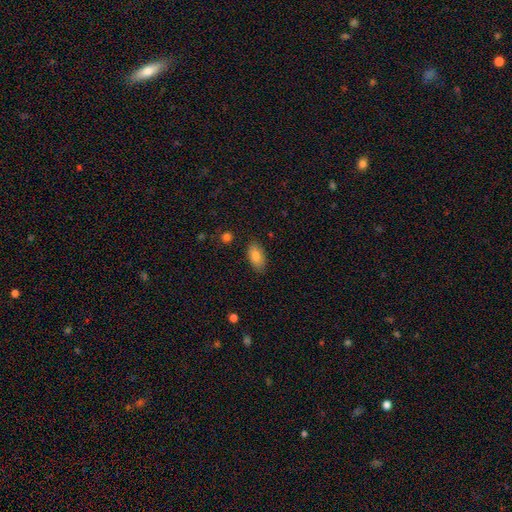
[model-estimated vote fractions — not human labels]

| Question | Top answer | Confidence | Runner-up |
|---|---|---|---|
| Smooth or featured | smooth | 83% | featured or disk (10%) |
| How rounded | in between | 92% | cigar-shaped (5%) |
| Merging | none | 84% | minor disturbance (12%) |